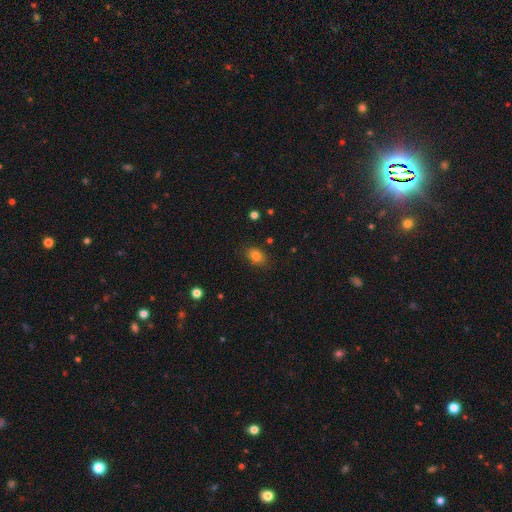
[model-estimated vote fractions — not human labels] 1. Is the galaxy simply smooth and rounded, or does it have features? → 81% smooth, 12% star or artifact, 6% featured or disk.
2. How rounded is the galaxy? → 69% in between, 30% round, 1% cigar-shaped.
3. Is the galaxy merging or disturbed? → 84% none, 12% minor disturbance, 3% major disturbance, 2% merger.